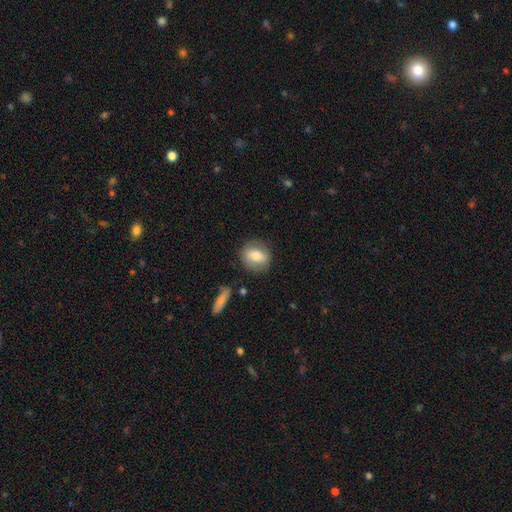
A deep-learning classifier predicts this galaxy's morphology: smooth-or-featured: smooth: 70% | featured or disk: 23% | star or artifact: 7%
  how-rounded: round: 65% | in between: 33% | cigar-shaped: 2%
  merging: none: 81% | minor disturbance: 12% | major disturbance: 4% | merger: 2%